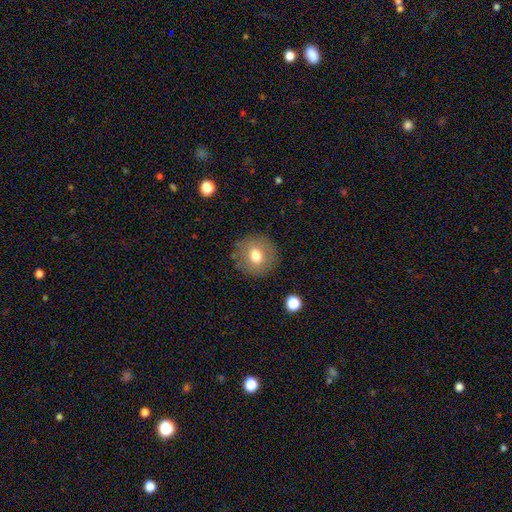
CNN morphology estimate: A smooth galaxy with no disk features (73%) that is round (91%).

Vote fractions:
- Smooth or featured? smooth: 73% / featured or disk: 17% / star or artifact: 10%
- How rounded? round: 91% / in between: 9% / cigar-shaped: 1%
- Merging? none: 87% / minor disturbance: 8% / major disturbance: 3% / merger: 1%